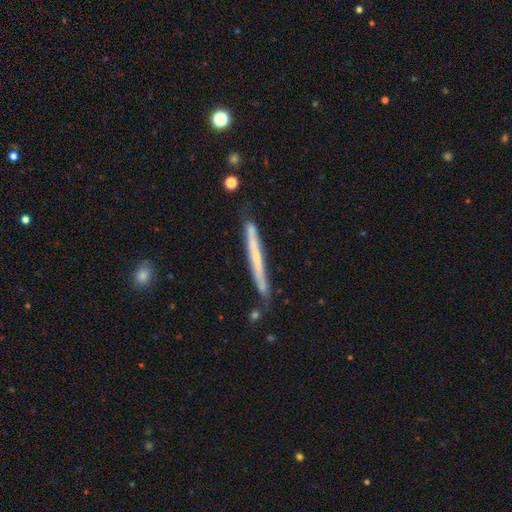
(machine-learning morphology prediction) Smooth or featured: featured or disk — 56% (smooth — 38%)
Edge-on disk: yes — 95% (no — 5%)
Edge-on bulge: none — 77% (rounded — 18%)
Merging: none — 80% (minor disturbance — 15%)